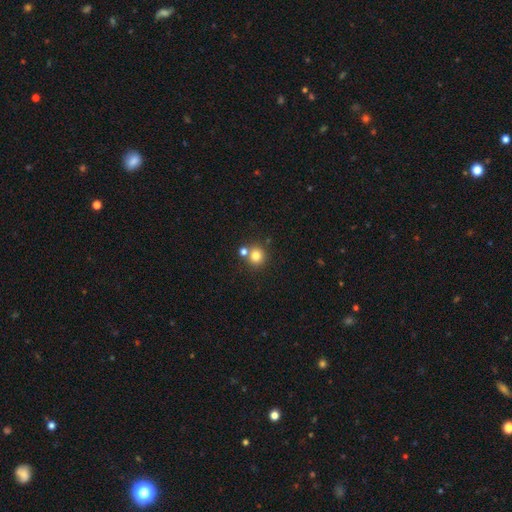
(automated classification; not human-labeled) Smooth or featured: smooth — 80% (star or artifact — 12%)
How rounded: round — 90% (in between — 9%)
Merging: none — 67% (merger — 23%)